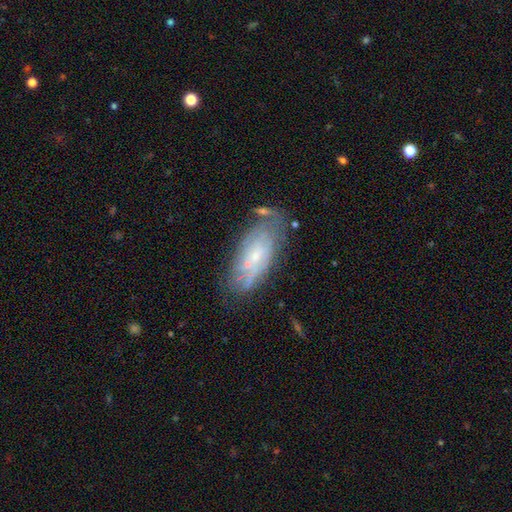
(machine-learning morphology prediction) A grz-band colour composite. It shows a featured or disk galaxy (64%) with no bar (66%), spiral arms (72%) and a small central bulge (70%). Merging: none (61%).